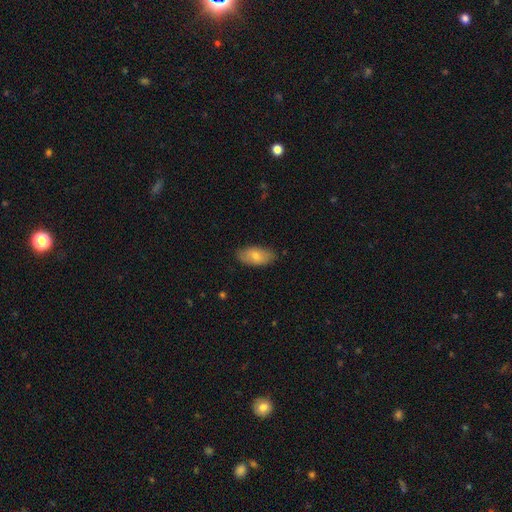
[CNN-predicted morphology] smooth-or-featured: smooth: 70% | featured or disk: 22% | star or artifact: 7%
  how-rounded: in between: 91% | cigar-shaped: 5% | round: 3%
  merging: none: 84% | minor disturbance: 13% | major disturbance: 2% | merger: 1%